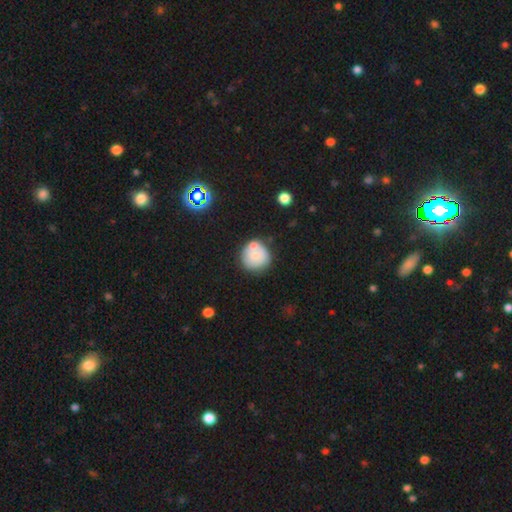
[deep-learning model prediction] smooth 69%, featured or disk 23%, star or artifact 8%. Down the decision tree: how rounded — round (91%); merging — none (58%).